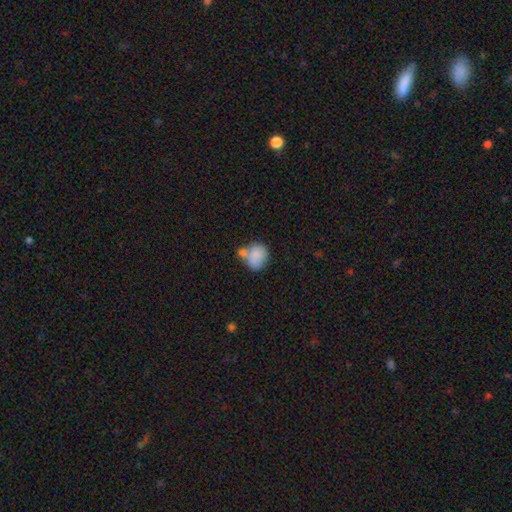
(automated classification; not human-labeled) smooth 82%, featured or disk 11%, star or artifact 8%. Down the decision tree: how rounded — round (63%); merging — merger (42%).